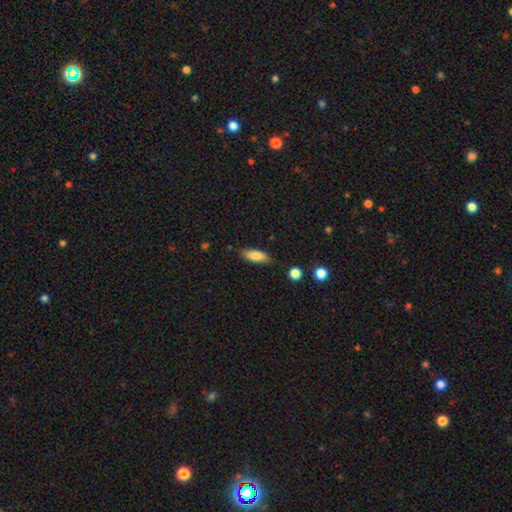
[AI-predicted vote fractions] Smooth or featured?
  - smooth: 82% *
  - featured or disk: 11%
  - star or artifact: 7%
How rounded?
  - in between: 65% *
  - cigar-shaped: 33%
  - round: 2%
Merging?
  - none: 82% *
  - minor disturbance: 14%
  - major disturbance: 3%
  - merger: 2%